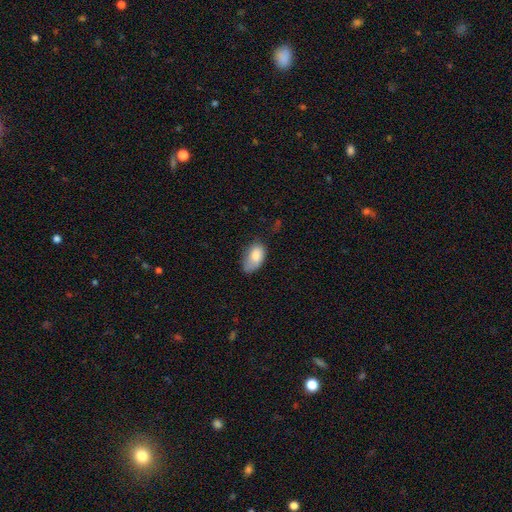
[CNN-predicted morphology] Smooth or featured? Predicted: smooth (p=0.81). How rounded? Predicted: in between (p=0.92). Merging? Predicted: none (p=0.44).